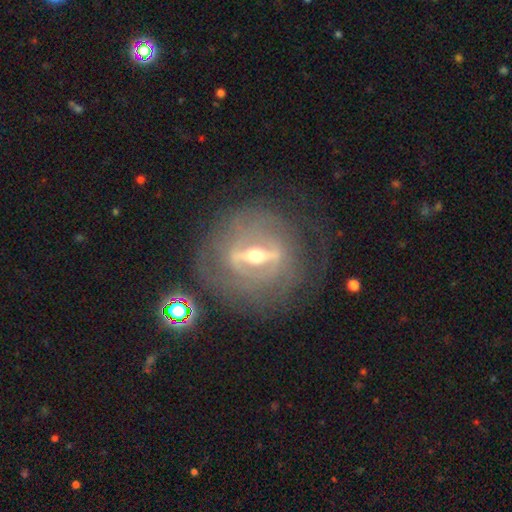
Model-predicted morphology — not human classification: smooth-or-featured: featured or disk: 86% | smooth: 7% | star or artifact: 7%
  disk-edge-on: no: 77% | yes: 23%
    bar: strong: 79% | weak: 15% | no: 5%
    has-spiral-arms: yes: 66% | no: 34%
    bulge-size: moderate: 63% | small: 29% | large: 6% | dominant: 1% | none: 1%
  merging: none: 69% | minor disturbance: 15% | major disturbance: 13% | merger: 2%